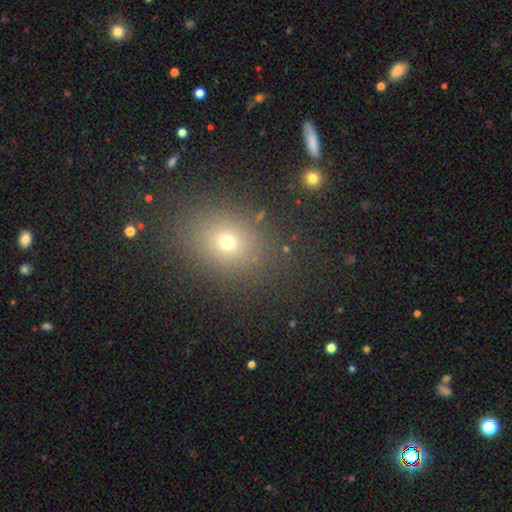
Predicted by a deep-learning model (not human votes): Overall: smooth (61%; star or artifact 29%). How rounded: round (55%; in between 44%). Merging: none (87%).